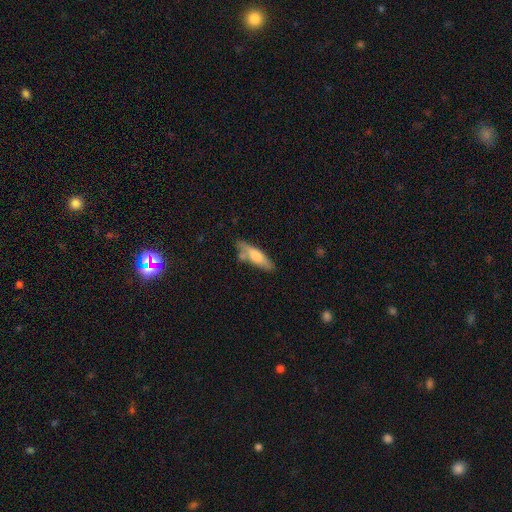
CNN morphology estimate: smooth-or-featured: smooth: 62% | featured or disk: 32% | star or artifact: 6%
  how-rounded: cigar-shaped: 58% | in between: 40% | round: 2%
  merging: none: 64% | minor disturbance: 21% | merger: 10% | major disturbance: 5%